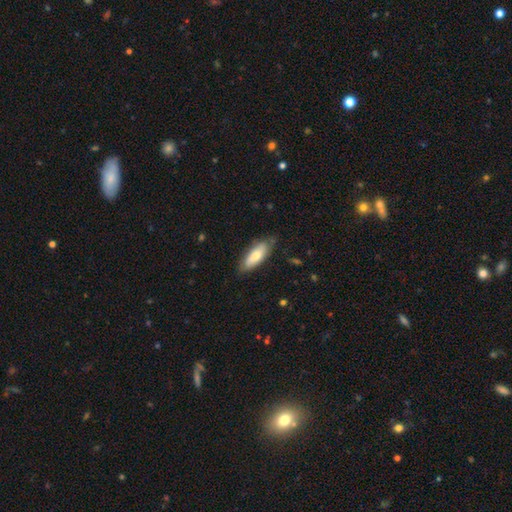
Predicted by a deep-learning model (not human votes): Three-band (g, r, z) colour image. It shows a smooth galaxy with no disk features (73%) that is in between round and cigar-shaped (68%). Merging: none (76%).